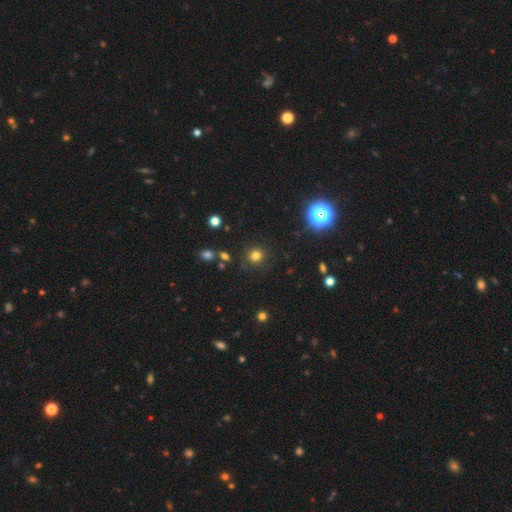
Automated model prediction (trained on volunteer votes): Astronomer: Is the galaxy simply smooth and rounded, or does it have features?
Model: smooth — 76%.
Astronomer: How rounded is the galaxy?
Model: round — 92%.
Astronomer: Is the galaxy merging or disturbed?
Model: none — 86%.